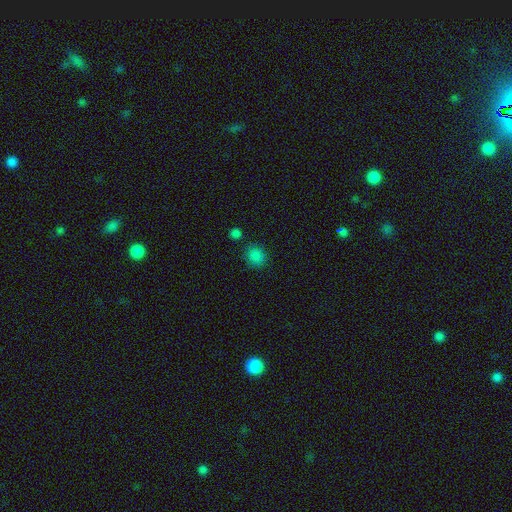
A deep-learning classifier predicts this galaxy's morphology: A smooth galaxy with no disk features (83%) that is round (79%).

Vote fractions:
- Smooth or featured? smooth: 83% / star or artifact: 13% / featured or disk: 3%
- How rounded? round: 79% / in between: 20% / cigar-shaped: 1%
- Merging? none: 81% / minor disturbance: 10% / merger: 6% / major disturbance: 3%